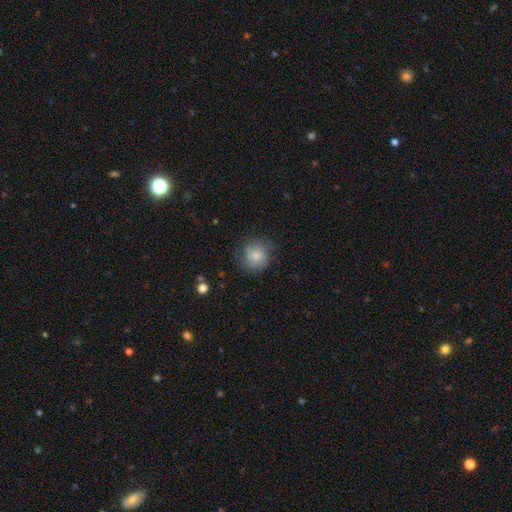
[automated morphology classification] Smooth or featured? smooth (72%)
How rounded? round (88%)
Merging? none (67%)